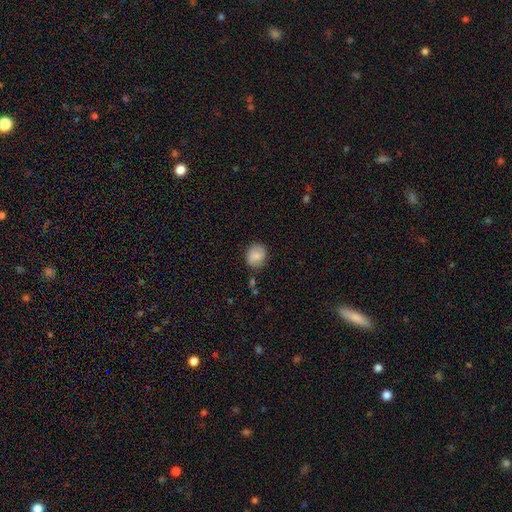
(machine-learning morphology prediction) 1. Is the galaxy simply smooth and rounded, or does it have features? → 83% smooth, 9% featured or disk, 8% star or artifact.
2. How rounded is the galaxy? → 66% round, 33% in between, 1% cigar-shaped.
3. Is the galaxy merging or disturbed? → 80% none, 14% minor disturbance, 3% major disturbance, 3% merger.